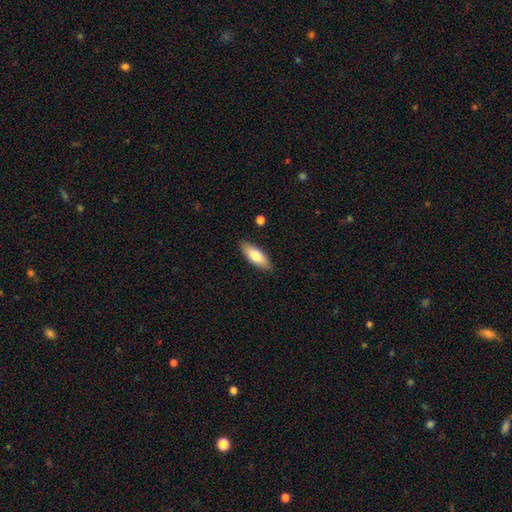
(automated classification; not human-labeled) Smooth or featured? smooth (77%)
How rounded? in between (70%)
Merging? none (88%)